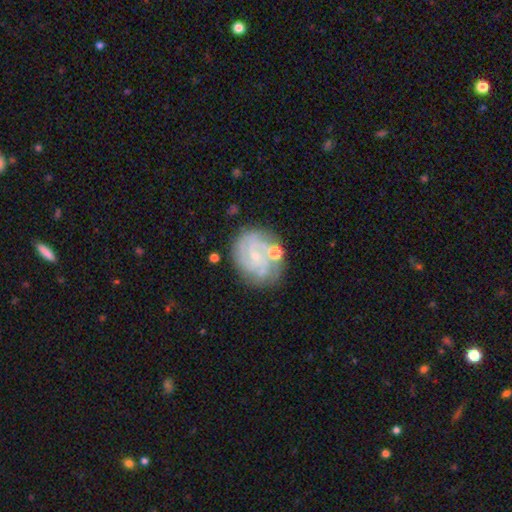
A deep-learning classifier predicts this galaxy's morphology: featured or disk 76%, smooth 16%, star or artifact 8%. Down the decision tree: edge-on disk — no (98%); bar — no (59%); spiral arms — yes (90%); spiral arm count — can't tell (30%); spiral winding — tight (57%); bulge size — small (73%); merging — none (65%).